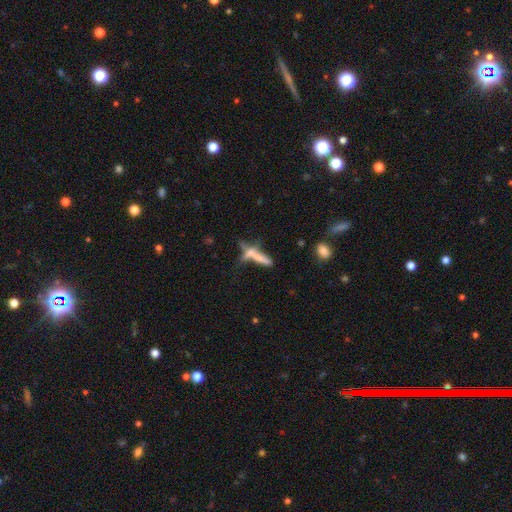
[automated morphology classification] A smooth galaxy with no disk features (53%) that is cigar-shaped (80%). Merging: merger (37%).